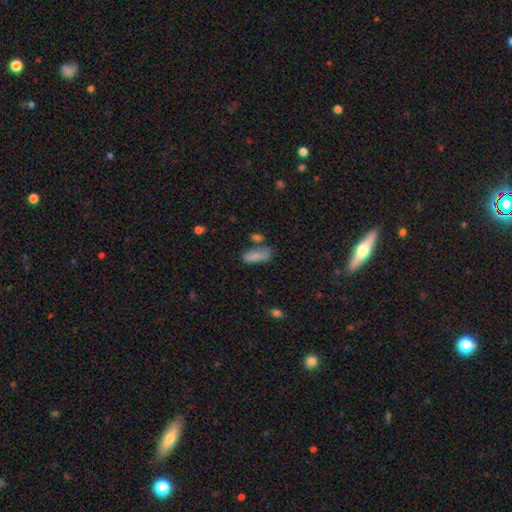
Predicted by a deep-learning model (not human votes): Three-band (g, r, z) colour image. It shows a smooth galaxy with no disk features (82%) that is in between round and cigar-shaped (75%). Merging: none (50%).